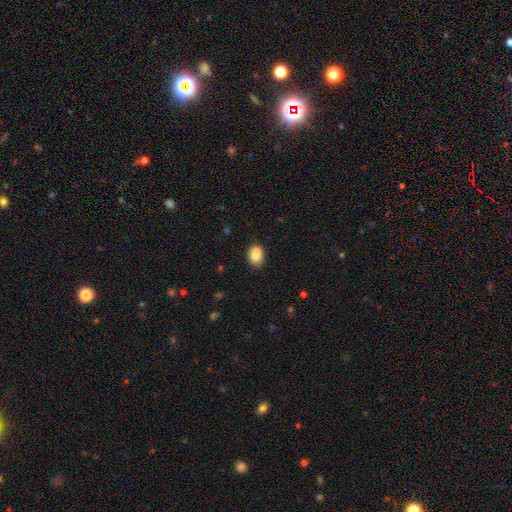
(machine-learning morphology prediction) smooth 78%, featured or disk 12%, star or artifact 10%. Down the decision tree: how rounded — in between (62%); merging — none (52%).